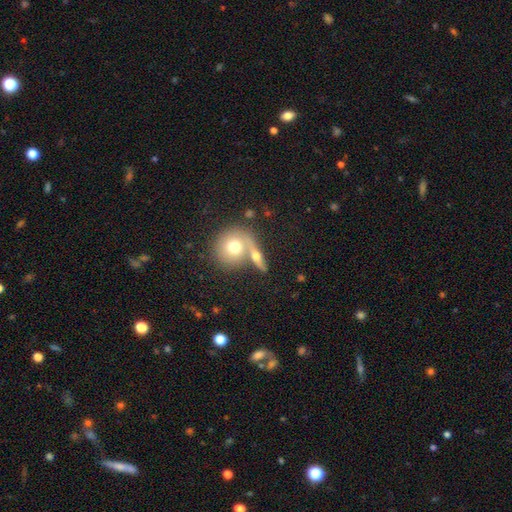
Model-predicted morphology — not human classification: A smooth galaxy with no disk features (52%) that is round (48%). Merging: none (49%).